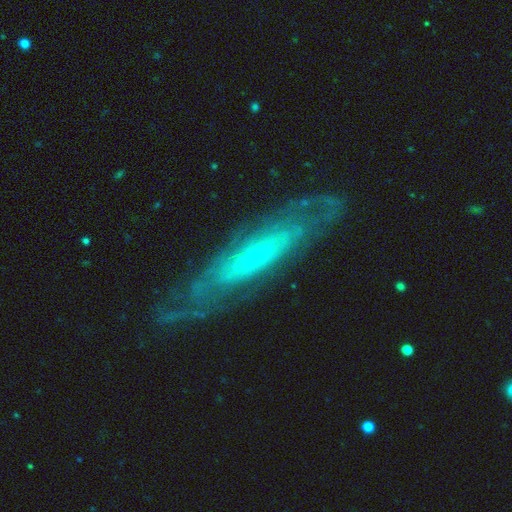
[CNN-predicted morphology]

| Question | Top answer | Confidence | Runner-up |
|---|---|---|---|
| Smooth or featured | featured or disk | 80% | smooth (13%) |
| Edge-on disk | no | 70% | yes (30%) |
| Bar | no | 69% | weak (22%) |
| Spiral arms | yes | 81% | no (19%) |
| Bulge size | small | 75% | moderate (22%) |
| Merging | none | 68% | minor disturbance (18%) |